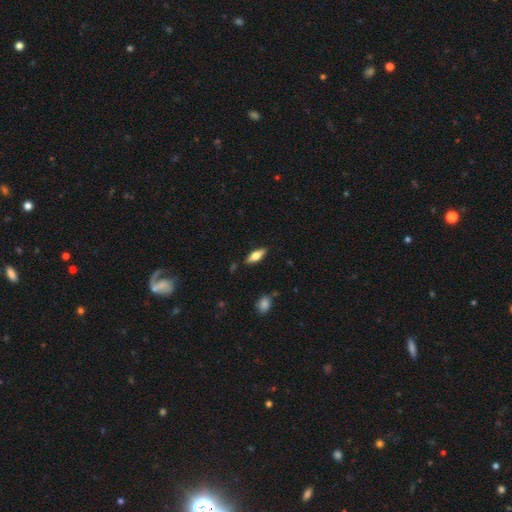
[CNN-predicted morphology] Q: Smooth or featured?
A: smooth (60%); runner-up: featured or disk (33%)
Q: How rounded?
A: in between (68%); runner-up: cigar-shaped (29%)
Q: Merging?
A: none (86%); runner-up: minor disturbance (10%)